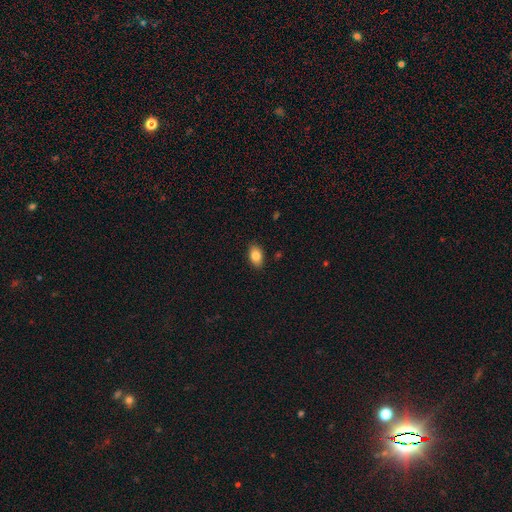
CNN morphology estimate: Smooth or featured?
  - smooth: 84% *
  - featured or disk: 8%
  - star or artifact: 8%
How rounded?
  - in between: 89% *
  - round: 10%
  - cigar-shaped: 2%
Merging?
  - none: 88% *
  - minor disturbance: 9%
  - major disturbance: 2%
  - merger: 1%